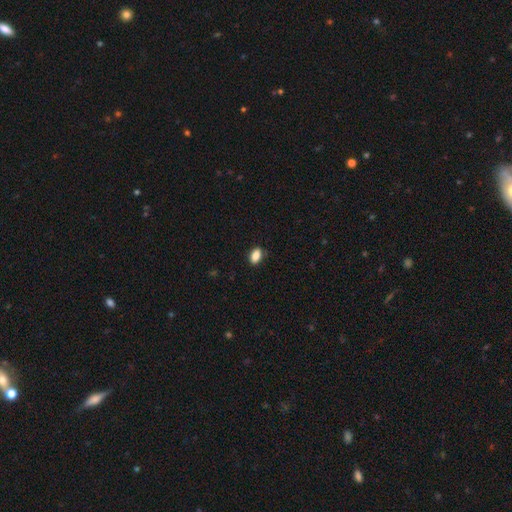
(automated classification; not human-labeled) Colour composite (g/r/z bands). It shows a smooth galaxy with no disk features (87%) that is in between round and cigar-shaped (89%). Merging: none (87%).